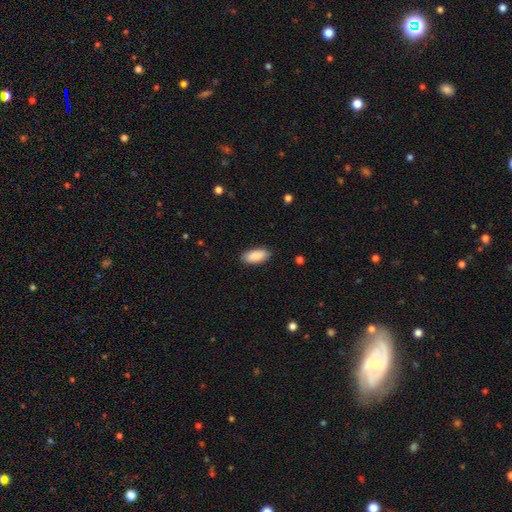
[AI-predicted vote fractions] Smooth or featured? Predicted: smooth (p=0.89). How rounded? Predicted: in between (p=0.90). Merging? Predicted: none (p=0.88).